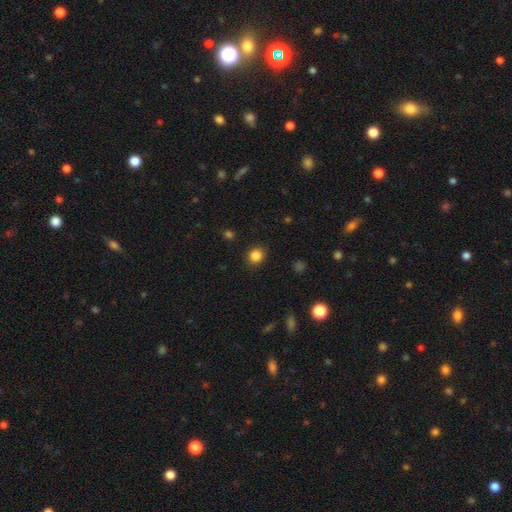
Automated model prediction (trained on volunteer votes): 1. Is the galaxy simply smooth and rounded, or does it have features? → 85% smooth, 11% star or artifact, 4% featured or disk.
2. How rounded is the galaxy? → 85% round, 14% in between, 1% cigar-shaped.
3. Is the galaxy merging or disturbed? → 89% none, 7% minor disturbance, 2% major disturbance, 1% merger.